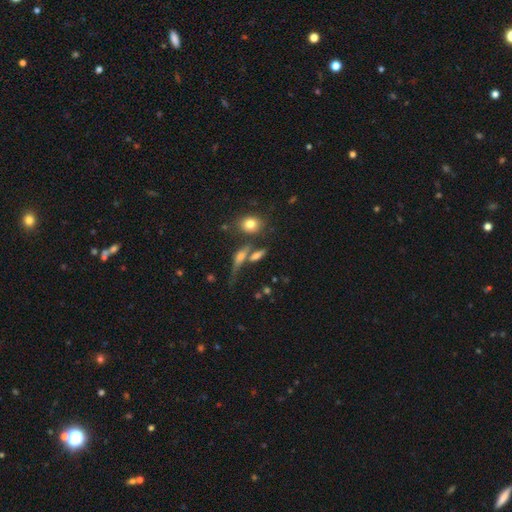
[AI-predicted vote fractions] Overall: smooth (49%; featured or disk 36%). Merging: none (49%; merger 25%).